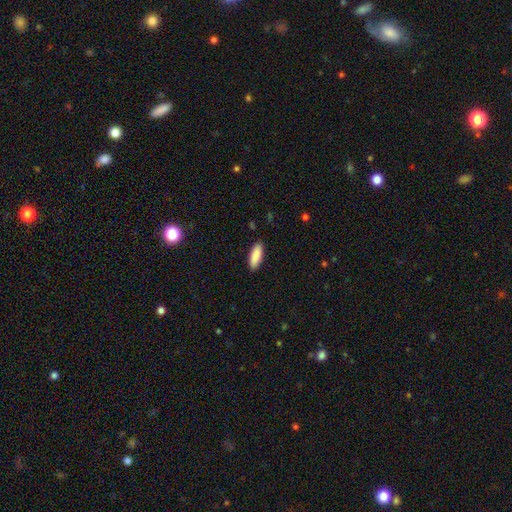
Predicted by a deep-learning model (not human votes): Smooth or featured: smooth — 89% (star or artifact — 6%)
How rounded: in between — 67% (cigar-shaped — 31%)
Merging: none — 89% (minor disturbance — 8%)